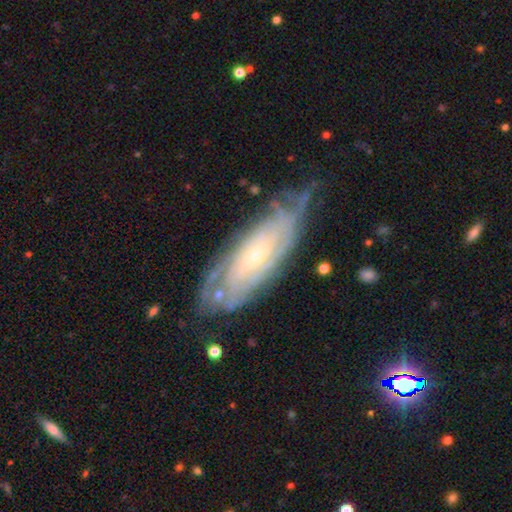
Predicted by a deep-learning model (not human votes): A featured or disk galaxy (80%) with no bar (66%), tight (74%) spiral arms (93%) and a small central bulge (70%).

Vote fractions:
- Smooth or featured? featured or disk: 80% / smooth: 13% / star or artifact: 6%
- Edge-on disk? no: 85% / yes: 15%
- Bar? no: 66% / weak: 27% / strong: 7%
- Spiral arms? yes: 93% / no: 7%
- Spiral winding? tight: 74% / medium: 20% / loose: 5%
- Spiral arm count? can't tell: 56% / 4: 12% / 2: 11% / 3: 9% / more than 4: 8% / 1: 4%
- Bulge size? small: 70% / moderate: 25% / none: 2% / large: 2% / dominant: 1%
- Merging? none: 67% / minor disturbance: 23% / major disturbance: 8% / merger: 2%